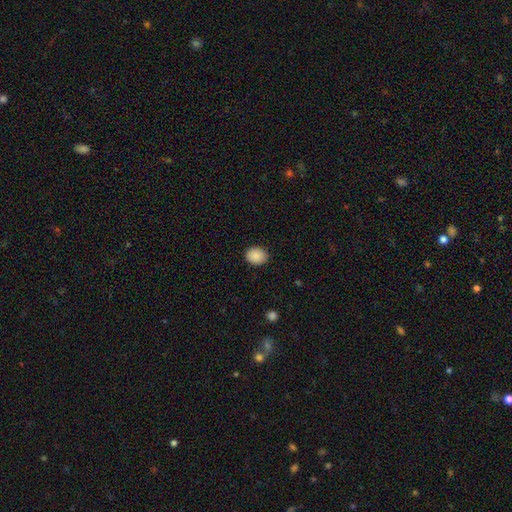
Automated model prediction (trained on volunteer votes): This is clearly a smooth galaxy (89%). How rounded: possibly in between (52%). Merging: clearly none (89%).